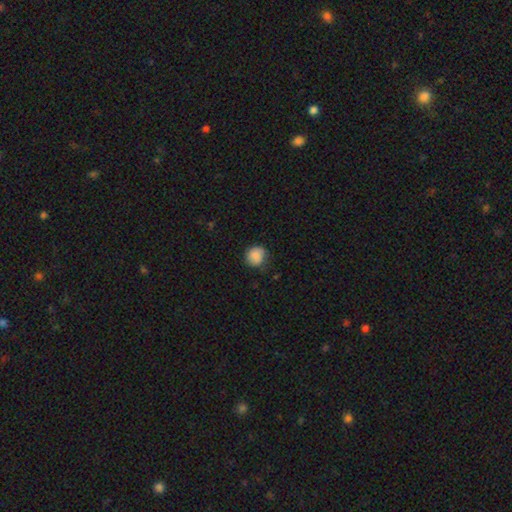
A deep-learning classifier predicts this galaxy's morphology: Smooth or featured? Predicted: smooth (p=0.84). How rounded? Predicted: round (p=0.86). Merging? Predicted: none (p=0.74).